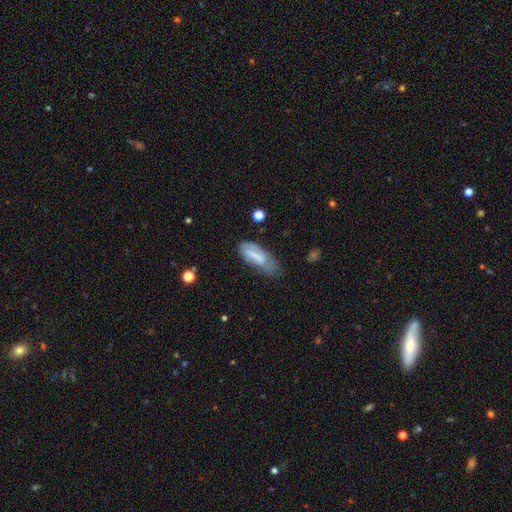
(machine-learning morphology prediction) smooth_or_featured: smooth (p=0.61) [alt: featured or disk p=0.30]
how_rounded: in between (p=0.61) [alt: cigar-shaped p=0.37]
merging: none (p=0.42) [alt: minor disturbance p=0.36]